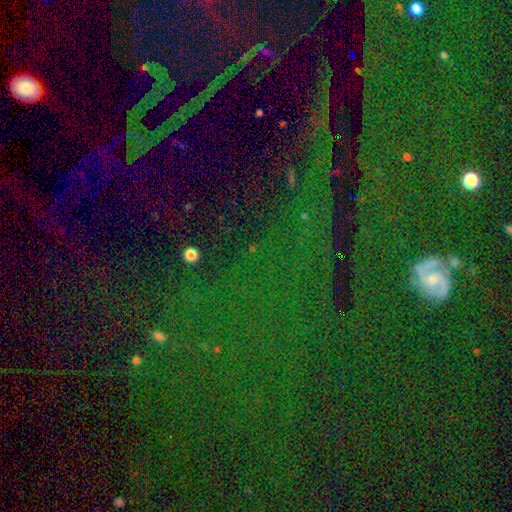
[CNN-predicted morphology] Smooth or featured? star or artifact (77%)